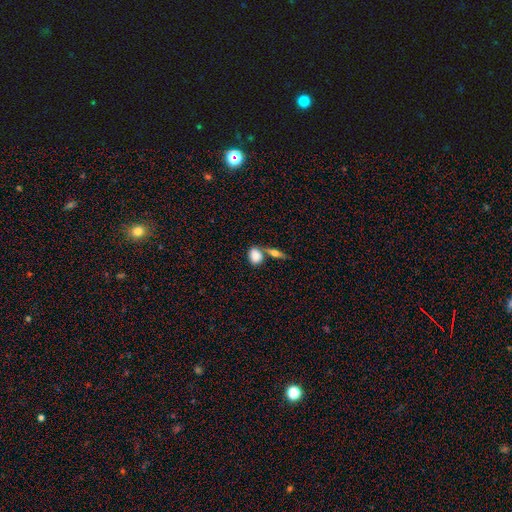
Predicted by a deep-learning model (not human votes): The model was most divided on "merging": none: 47%, merger: 36%, minor disturbance: 12%, major disturbance: 5%. More confident: smooth or featured — smooth (82%); how rounded — in between (75%).